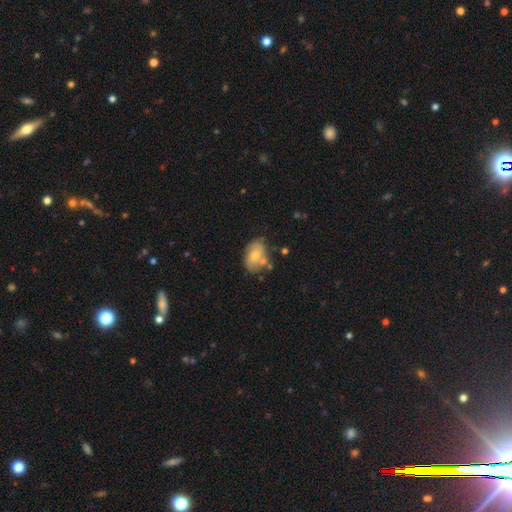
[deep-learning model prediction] Smooth or featured? smooth (54%)
How rounded? in between (81%)
Merging? none (57%)